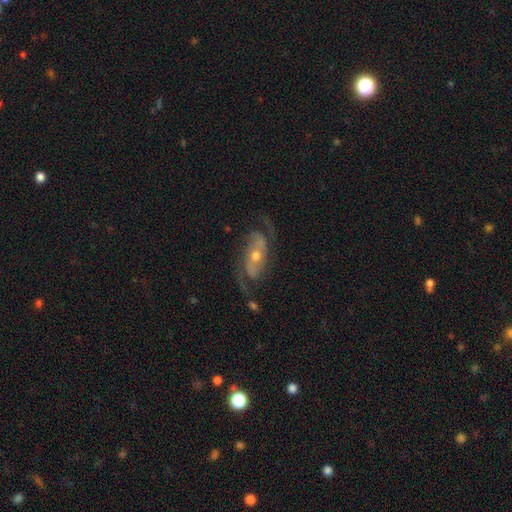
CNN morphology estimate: This appears to be a featured or disk galaxy (86%) with no bar (56%), 2 (83%) medium (47%) spiral arms (95%) and a moderate central bulge (62%). Merging: none (72%).